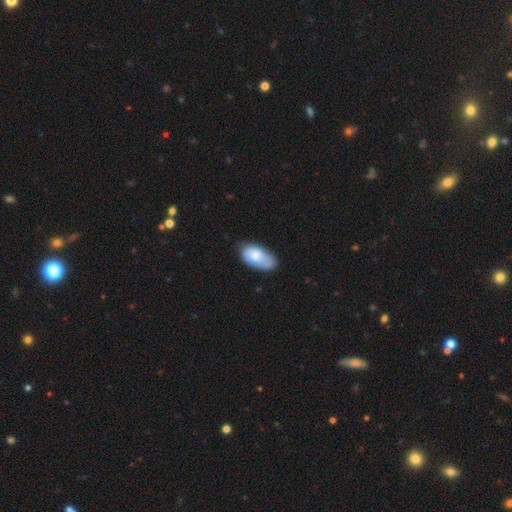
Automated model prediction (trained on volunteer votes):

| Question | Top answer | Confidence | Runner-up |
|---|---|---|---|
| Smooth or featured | smooth | 79% | featured or disk (15%) |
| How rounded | in between | 94% | cigar-shaped (3%) |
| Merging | none | 58% | minor disturbance (32%) |